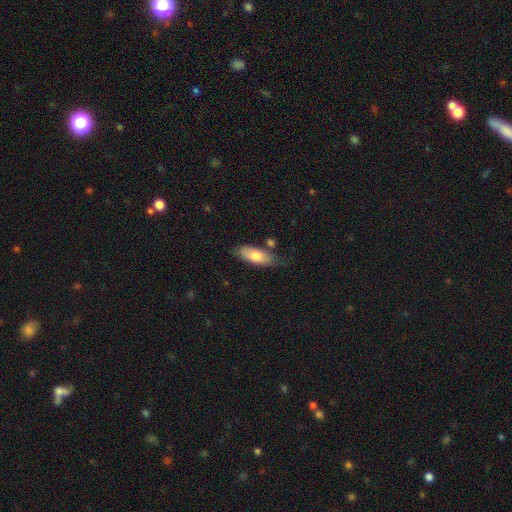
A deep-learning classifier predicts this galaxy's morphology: Smooth or featured?
  - smooth: 73% *
  - featured or disk: 21%
  - star or artifact: 6%
How rounded?
  - in between: 74% *
  - cigar-shaped: 23%
  - round: 3%
Merging?
  - none: 68% *
  - minor disturbance: 21%
  - merger: 7%
  - major disturbance: 5%